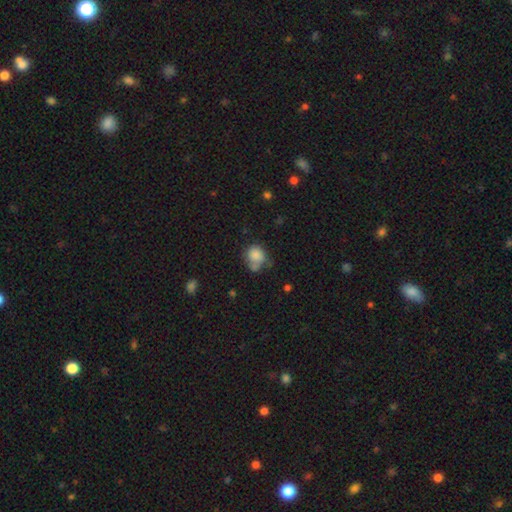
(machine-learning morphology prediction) This is clearly a smooth galaxy (80%). How rounded: likely round (63%). Merging: marginally none (41%).